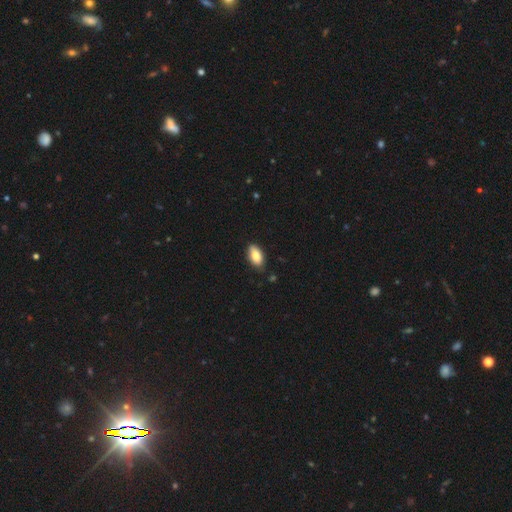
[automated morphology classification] smooth-or-featured: smooth: 82% | featured or disk: 12% | star or artifact: 7%
  how-rounded: in between: 92% | cigar-shaped: 4% | round: 3%
  merging: none: 82% | minor disturbance: 15% | major disturbance: 2% | merger: 2%